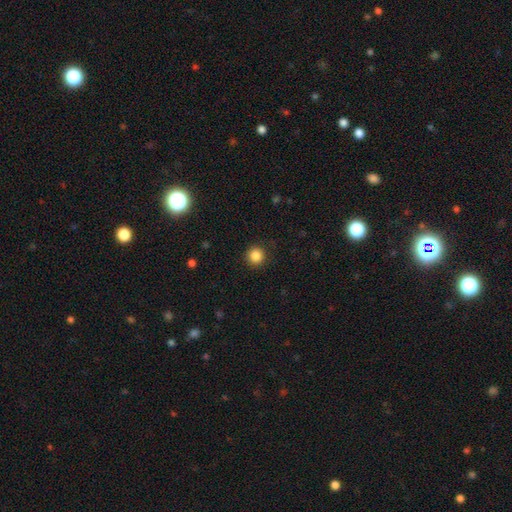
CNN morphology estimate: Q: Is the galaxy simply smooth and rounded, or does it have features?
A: smooth — 85%.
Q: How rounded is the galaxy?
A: round — 95%.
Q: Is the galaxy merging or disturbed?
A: none — 91%.